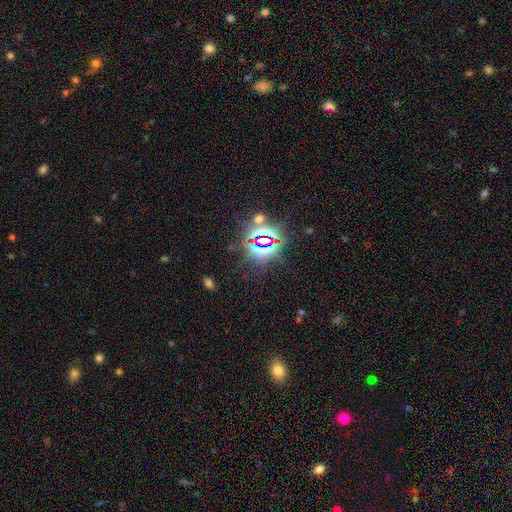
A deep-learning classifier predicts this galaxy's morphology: smooth-or-featured: star or artifact: 82% | smooth: 11% | featured or disk: 8%